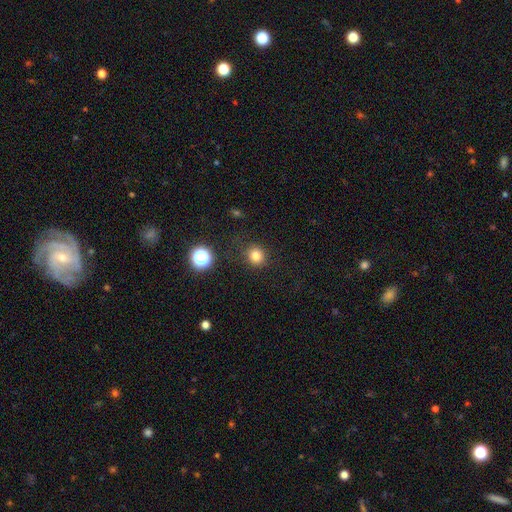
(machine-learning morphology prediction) Smooth or featured?
  - smooth: 80% *
  - star or artifact: 15%
  - featured or disk: 6%
How rounded?
  - round: 88% *
  - in between: 11%
  - cigar-shaped: 1%
Merging?
  - none: 85% *
  - minor disturbance: 9%
  - major disturbance: 4%
  - merger: 2%